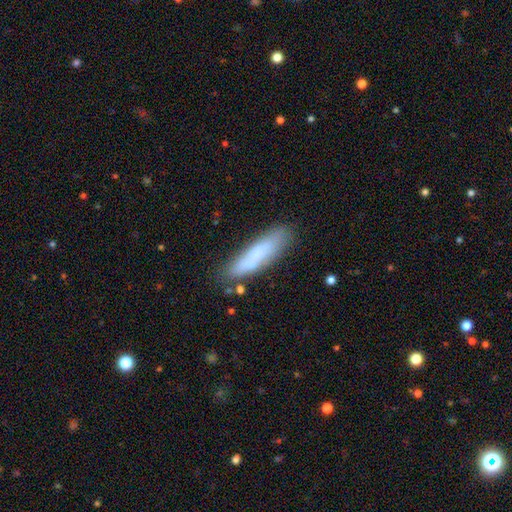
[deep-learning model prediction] This appears to be a smooth galaxy with no disk features (68%) that is cigar-shaped (71%). Merging: none (74%).